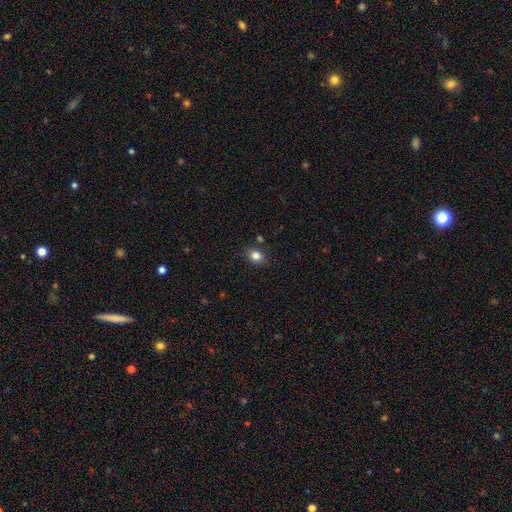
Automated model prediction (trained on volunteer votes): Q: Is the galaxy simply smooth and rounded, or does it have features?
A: smooth — 84%.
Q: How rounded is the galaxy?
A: in between — 61%.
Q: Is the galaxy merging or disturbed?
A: none — 82%.